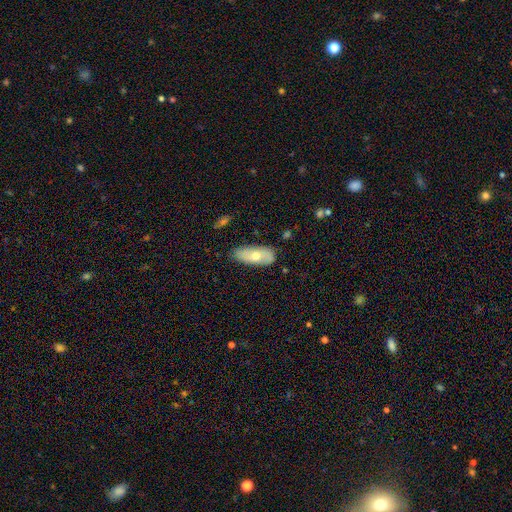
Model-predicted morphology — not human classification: Smooth or featured?
  - smooth: 60% *
  - featured or disk: 34%
  - star or artifact: 6%
How rounded?
  - in between: 82% *
  - cigar-shaped: 15%
  - round: 3%
Merging?
  - none: 78% *
  - minor disturbance: 18%
  - major disturbance: 3%
  - merger: 2%